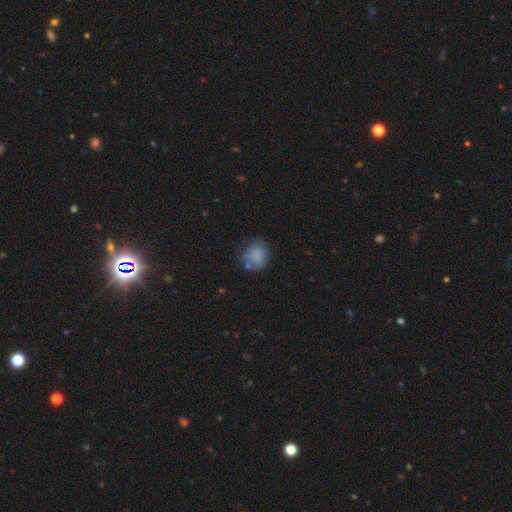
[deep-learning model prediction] Q: Smooth or featured?
A: smooth (80%); runner-up: featured or disk (11%)
Q: How rounded?
A: round (78%); runner-up: in between (21%)
Q: Merging?
A: none (65%); runner-up: minor disturbance (22%)